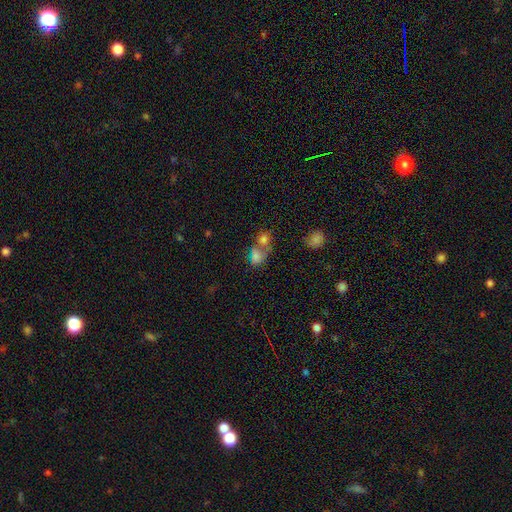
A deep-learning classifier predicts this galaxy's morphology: A smooth galaxy with no disk features (72%) that is in between round and cigar-shaped (55%).

Vote fractions:
- Smooth or featured? smooth: 72% / star or artifact: 15% / featured or disk: 13%
- How rounded? in between: 55% / round: 43% / cigar-shaped: 2%
- Merging? merger: 53% / none: 29% / minor disturbance: 10% / major disturbance: 8%